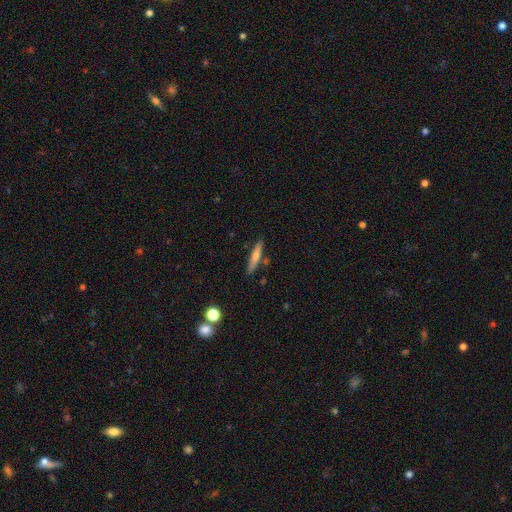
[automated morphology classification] Q: Smooth or featured?
A: smooth (54%); runner-up: featured or disk (39%)
Q: How rounded?
A: cigar-shaped (89%); runner-up: in between (9%)
Q: Merging?
A: none (82%); runner-up: minor disturbance (11%)